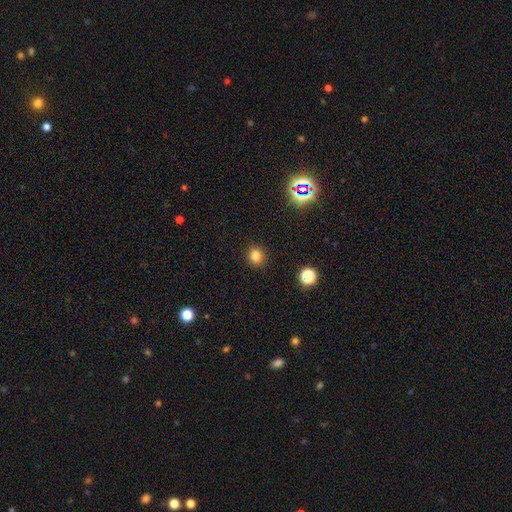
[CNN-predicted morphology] The model was most divided on "how rounded": round: 80%, in between: 19%, cigar-shaped: 1%. More confident: merging — none (90%); smooth or featured — smooth (80%).